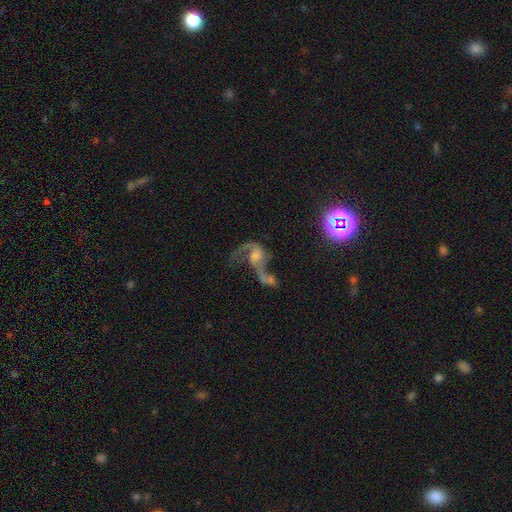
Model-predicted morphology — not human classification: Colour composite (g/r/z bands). It shows a featured or disk galaxy (74%) with no bar (62%), 2 (71%) loose (77%) spiral arms (83%) and a moderate central bulge (36%). Merging: merger (46%).